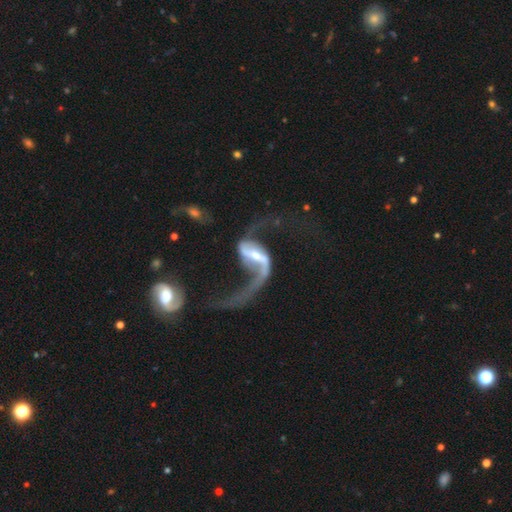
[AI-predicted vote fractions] Smooth or featured: featured or disk — 90% (smooth — 5%)
Edge-on disk: no — 96% (yes — 4%)
Bar: strong — 59% (weak — 28%)
Spiral arms: yes — 95% (no — 5%)
Spiral winding: loose — 91% (medium — 6%)
Spiral arm count: 2 — 87% (1 — 9%)
Bulge size: small — 56% (moderate — 35%)
Merging: none — 44% (major disturbance — 34%)